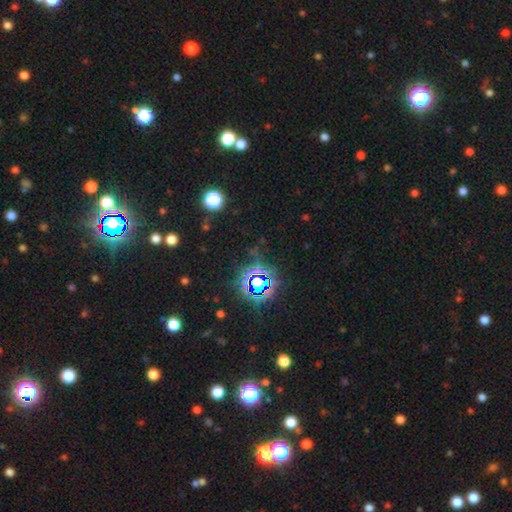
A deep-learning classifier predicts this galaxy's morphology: smooth_or_featured: star or artifact (p=0.76) [alt: smooth p=0.16]